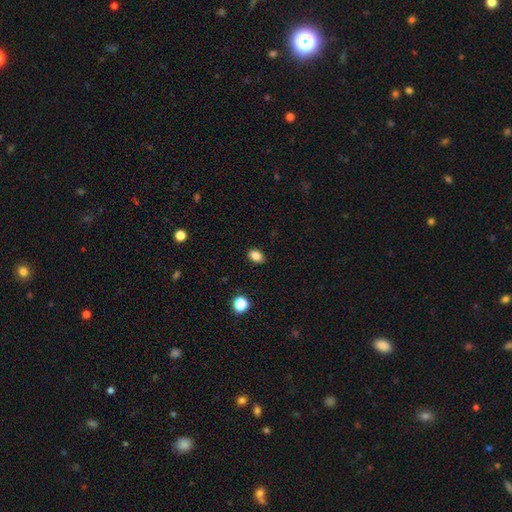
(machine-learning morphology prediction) Smooth or featured?
  - smooth: 83% *
  - star or artifact: 11%
  - featured or disk: 6%
How rounded?
  - in between: 75% *
  - round: 24%
  - cigar-shaped: 1%
Merging?
  - none: 88% *
  - minor disturbance: 9%
  - major disturbance: 2%
  - merger: 1%